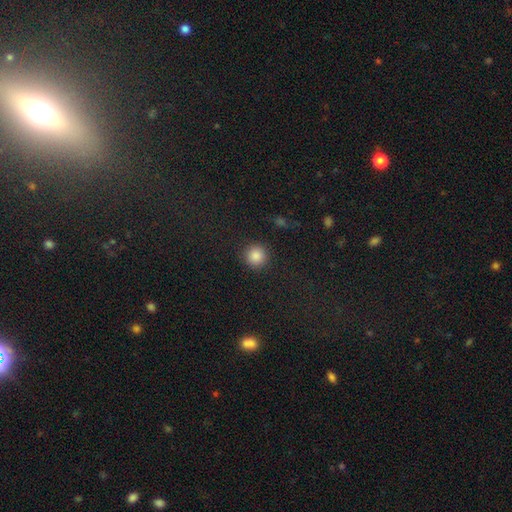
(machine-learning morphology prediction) Smooth or featured?
  - smooth: 86% *
  - star or artifact: 11%
  - featured or disk: 4%
How rounded?
  - round: 94% *
  - in between: 5%
  - cigar-shaped: 1%
Merging?
  - none: 91% *
  - minor disturbance: 6%
  - major disturbance: 3%
  - merger: 1%